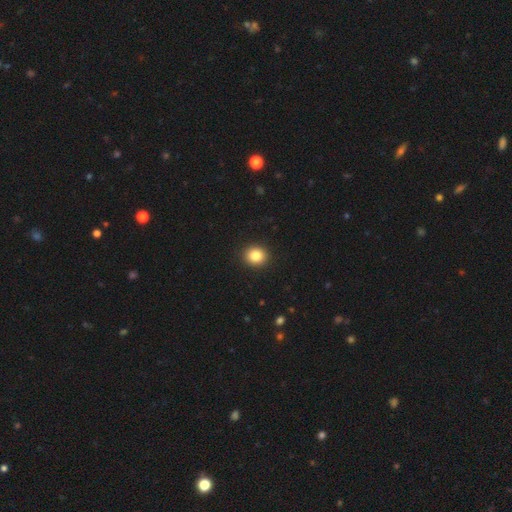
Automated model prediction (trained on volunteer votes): The model was most divided on "how rounded": round: 81%, in between: 18%, cigar-shaped: 1%. More confident: merging — none (92%); smooth or featured — smooth (85%).